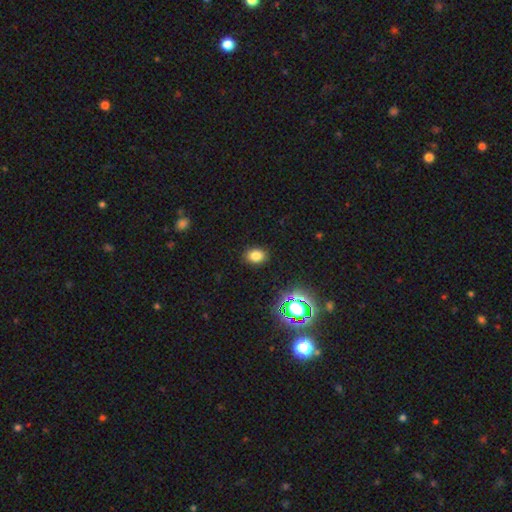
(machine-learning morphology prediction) Smooth or featured? smooth (78%)
How rounded? in between (73%)
Merging? none (88%)